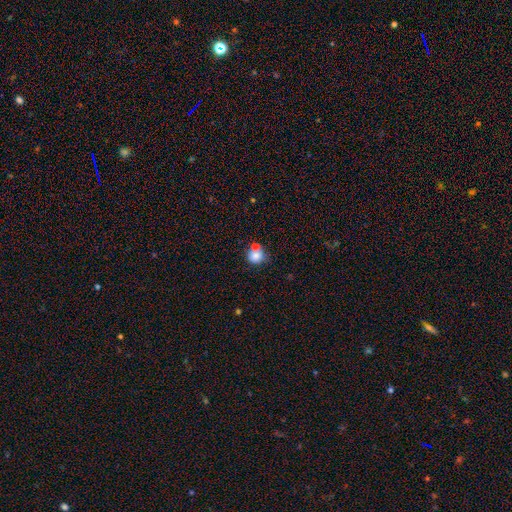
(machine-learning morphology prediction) This appears to be a smooth galaxy with no disk features (80%) that is round (79%). Merging: none (51%).